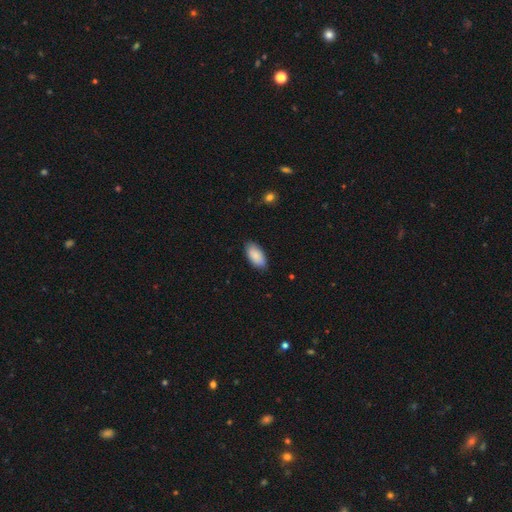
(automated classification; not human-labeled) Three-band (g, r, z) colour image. It shows a smooth galaxy with no disk features (88%) that is in between round and cigar-shaped (94%). Merging: none (84%).